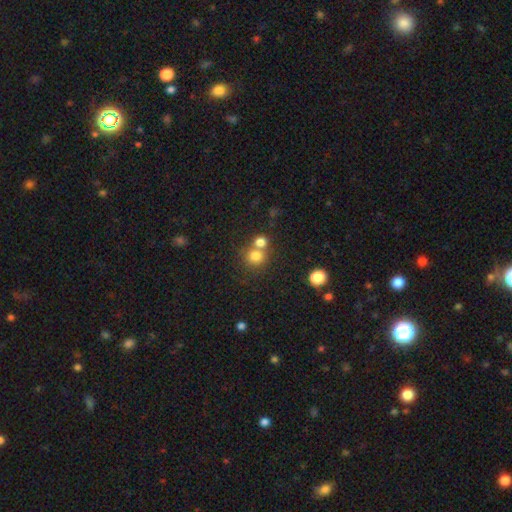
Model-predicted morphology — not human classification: smooth 78%, star or artifact 13%, featured or disk 9%. Down the decision tree: how rounded — round (84%); merging — none (51%).